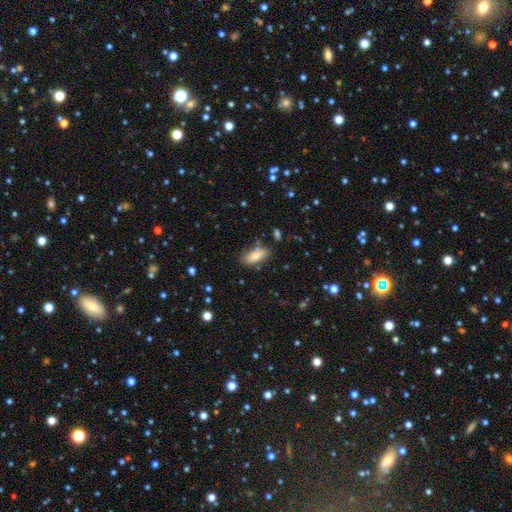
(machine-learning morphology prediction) Smooth or featured?
  - smooth: 77% *
  - featured or disk: 15%
  - star or artifact: 8%
How rounded?
  - in between: 84% *
  - cigar-shaped: 13%
  - round: 3%
Merging?
  - none: 78% *
  - minor disturbance: 15%
  - merger: 4%
  - major disturbance: 3%